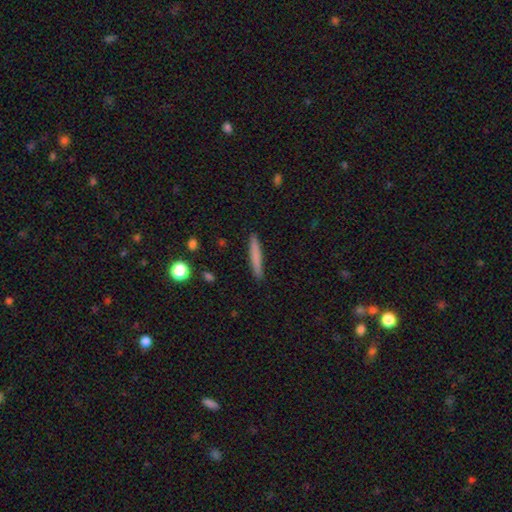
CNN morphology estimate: Q: Smooth or featured?
A: smooth (75%); runner-up: featured or disk (18%)
Q: How rounded?
A: cigar-shaped (95%); runner-up: in between (4%)
Q: Merging?
A: none (90%); runner-up: minor disturbance (7%)